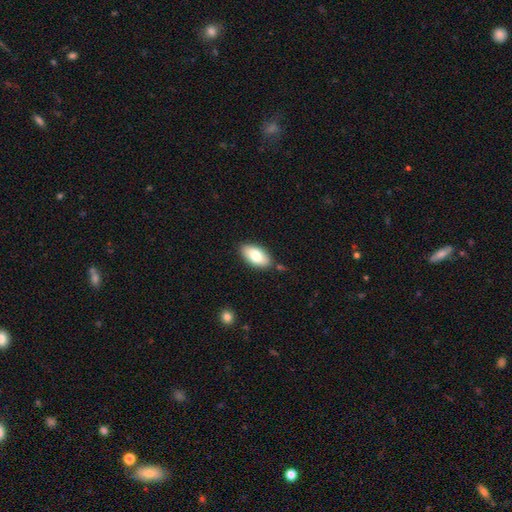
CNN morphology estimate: The model was most divided on "smooth or featured": smooth: 79%, featured or disk: 14%, star or artifact: 6%. More confident: how rounded — in between (93%); merging — none (83%).